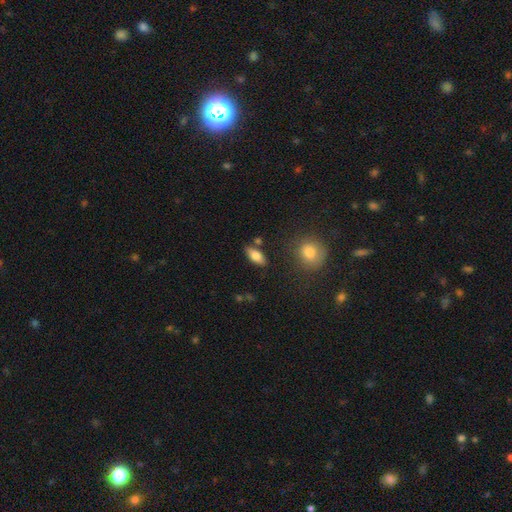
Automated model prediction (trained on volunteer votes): smooth-or-featured: smooth: 77% | featured or disk: 16% | star or artifact: 7%
  how-rounded: in between: 84% | cigar-shaped: 13% | round: 3%
  merging: none: 80% | minor disturbance: 12% | merger: 6% | major disturbance: 3%